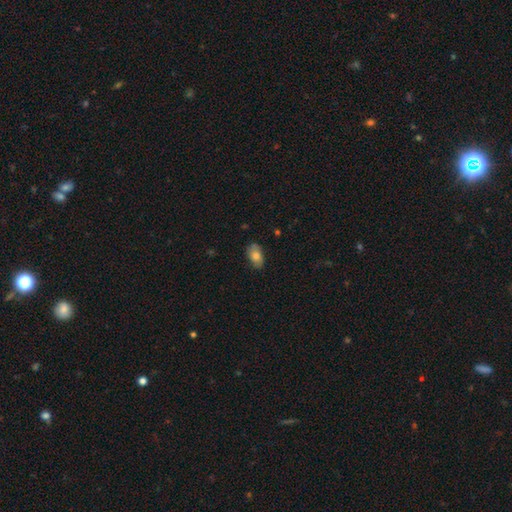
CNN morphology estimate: Overall: smooth (78%). How rounded: in between (91%). Merging: none (79%).